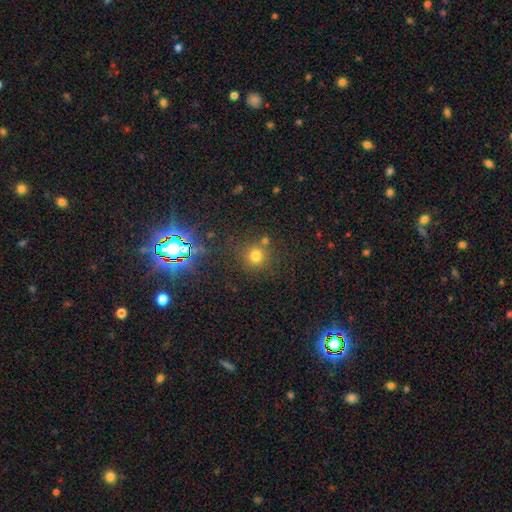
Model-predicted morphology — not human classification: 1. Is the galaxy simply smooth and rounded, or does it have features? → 70% smooth, 23% star or artifact, 7% featured or disk.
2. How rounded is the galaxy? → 91% round, 8% in between, 1% cigar-shaped.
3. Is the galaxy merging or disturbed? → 75% none, 10% merger, 10% minor disturbance, 4% major disturbance.